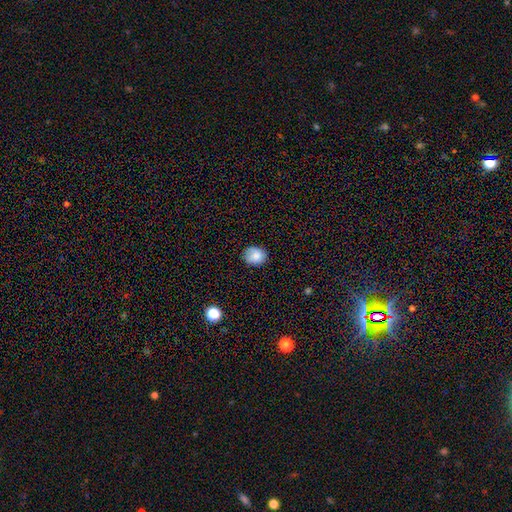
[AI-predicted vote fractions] This is clearly a smooth galaxy (84%). How rounded: possibly round (60%). Merging: likely none (75%).